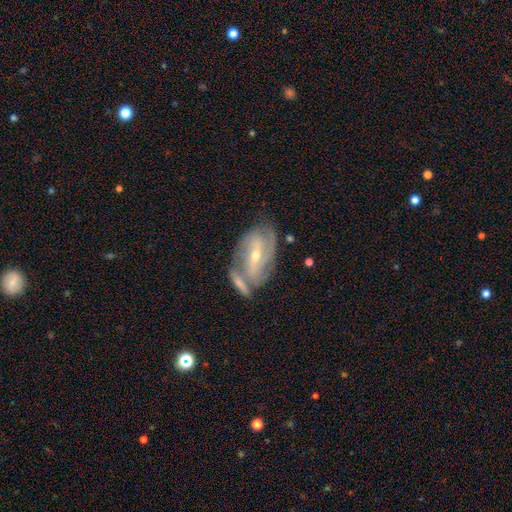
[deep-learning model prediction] Smooth or featured?
  - featured or disk: 82% *
  - smooth: 12%
  - star or artifact: 6%
Edge-on disk?
  - no: 94% *
  - yes: 6%
Bar?
  - weak: 40% *
  - strong: 39%
  - no: 21%
Spiral arms?
  - yes: 91% *
  - no: 9%
Spiral winding?
  - tight: 44% *
  - medium: 41%
  - loose: 14%
Spiral arm count?
  - 2: 57% *
  - can't tell: 19%
  - 3: 14%
  - 4: 4%
  - 1: 3%
  - more than 4: 2%
Bulge size?
  - small: 58% *
  - moderate: 40%
  - large: 1%
  - none: 1%
  - dominant: 1%
Merging?
  - none: 48% *
  - merger: 27%
  - minor disturbance: 17%
  - major disturbance: 8%